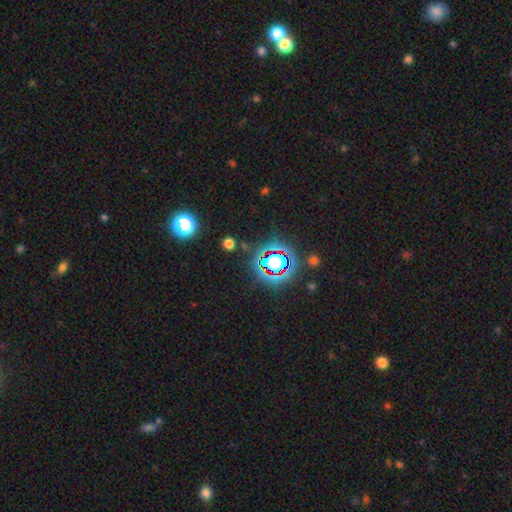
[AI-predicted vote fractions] Smooth or featured: star or artifact — 83% (smooth — 10%)